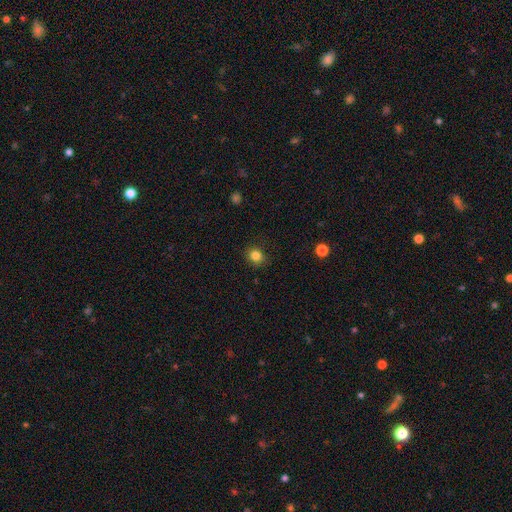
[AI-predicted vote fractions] Smooth or featured? Predicted: smooth (p=0.83). How rounded? Predicted: round (p=0.77). Merging? Predicted: none (p=0.87).